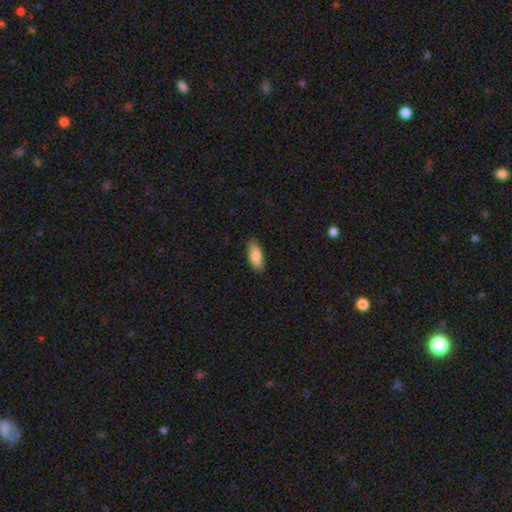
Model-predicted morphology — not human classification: A smooth galaxy with no disk features (83%) that is in between round and cigar-shaped (84%).

Vote fractions:
- Smooth or featured? smooth: 83% / featured or disk: 10% / star or artifact: 6%
- How rounded? in between: 84% / cigar-shaped: 13% / round: 2%
- Merging? none: 86% / minor disturbance: 11% / major disturbance: 2% / merger: 1%